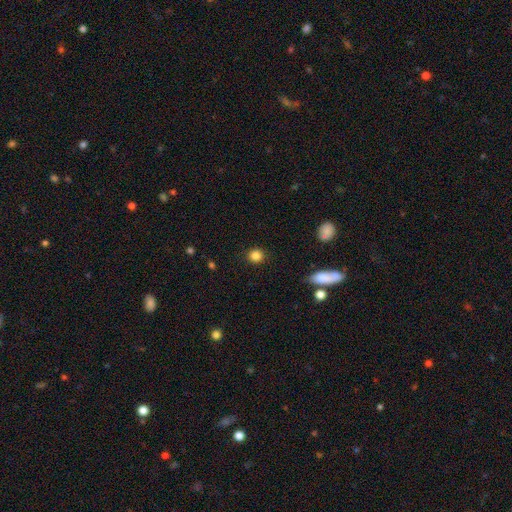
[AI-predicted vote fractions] Morphology: type=smooth (84%); roundness=round (89%); merging=none (90%).